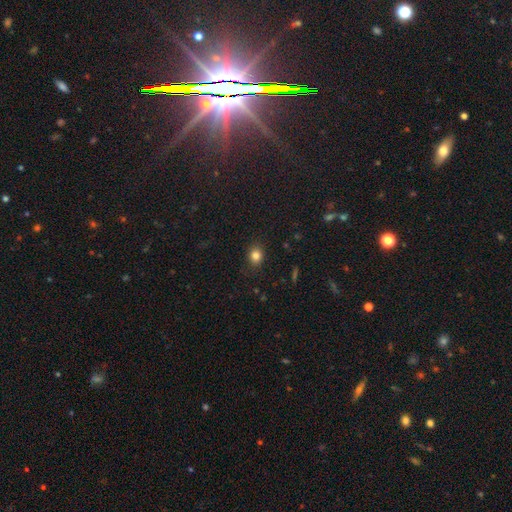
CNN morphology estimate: This appears to be a smooth galaxy with no disk features (81%) that is round (58%). Merging: none (86%).